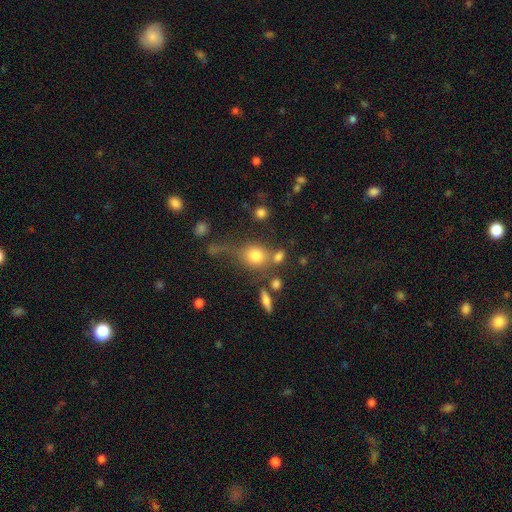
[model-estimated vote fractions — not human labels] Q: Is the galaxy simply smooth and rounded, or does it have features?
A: smooth — 76%.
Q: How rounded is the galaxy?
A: round — 67%.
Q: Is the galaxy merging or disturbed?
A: none — 51%.